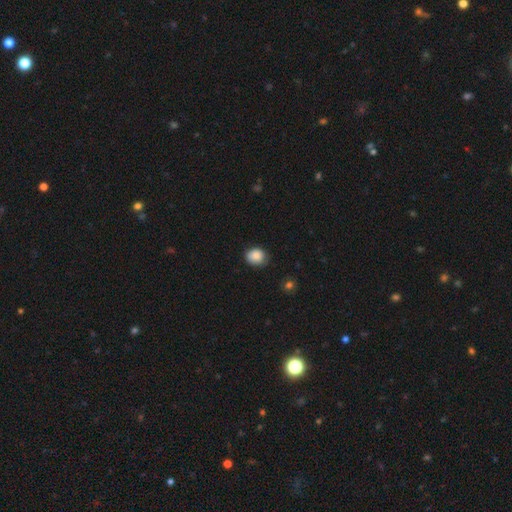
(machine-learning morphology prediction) smooth 87%, star or artifact 9%, featured or disk 5%. Down the decision tree: how rounded — round (59%); merging — none (73%).